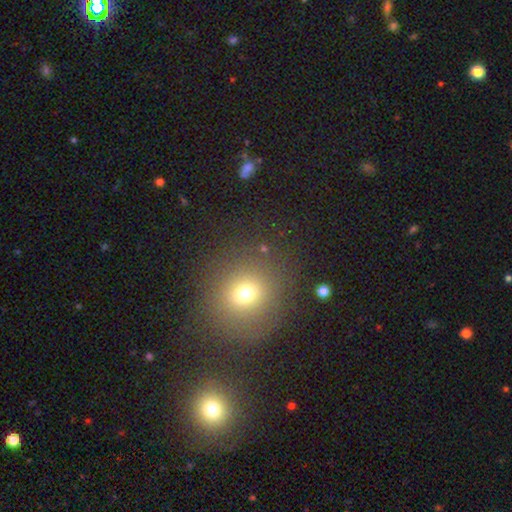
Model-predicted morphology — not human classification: Smooth or featured? smooth (62%)
How rounded? round (85%)
Merging? none (82%)